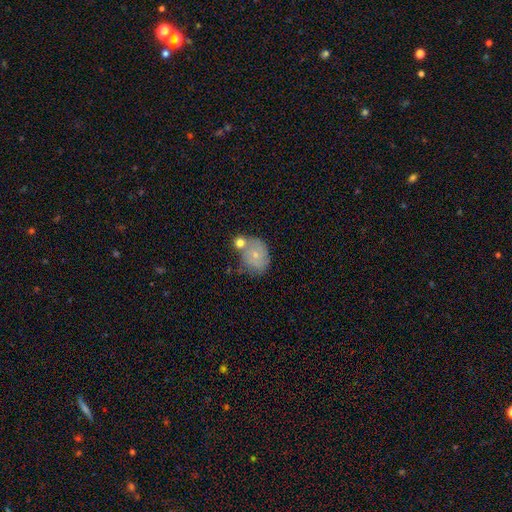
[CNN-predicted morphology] This appears to be a smooth galaxy with no disk features (53%) that is round (57%). Merging: none (42%).